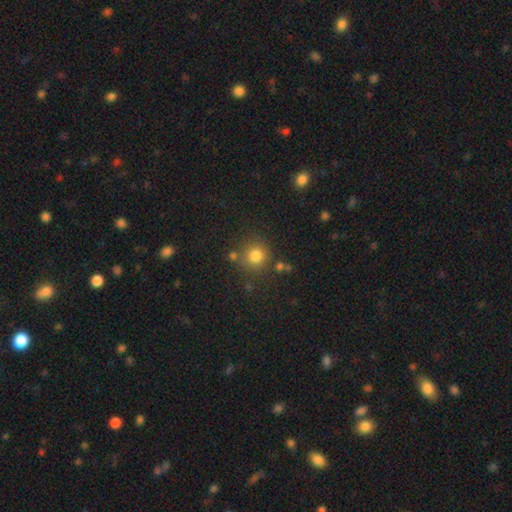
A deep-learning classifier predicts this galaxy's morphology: Smooth or featured?
  - smooth: 80% *
  - star or artifact: 14%
  - featured or disk: 6%
How rounded?
  - round: 92% *
  - in between: 7%
  - cigar-shaped: 1%
Merging?
  - none: 77% *
  - minor disturbance: 10%
  - merger: 8%
  - major disturbance: 4%